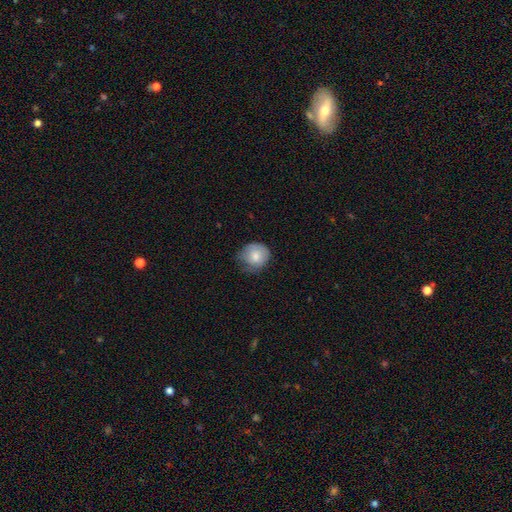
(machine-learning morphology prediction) This appears to be a smooth galaxy with no disk features (76%) that is round (80%). Merging: none (53%).